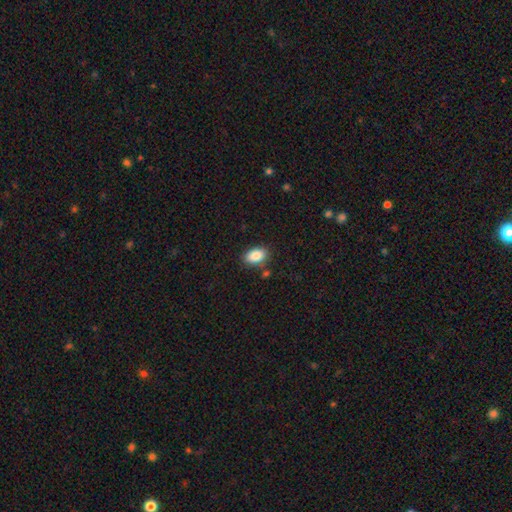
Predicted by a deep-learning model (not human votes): smooth_or_featured: smooth (p=0.88) [alt: star or artifact p=0.08]
how_rounded: in between (p=0.89) [alt: round p=0.09]
merging: none (p=0.82) [alt: minor disturbance p=0.12]